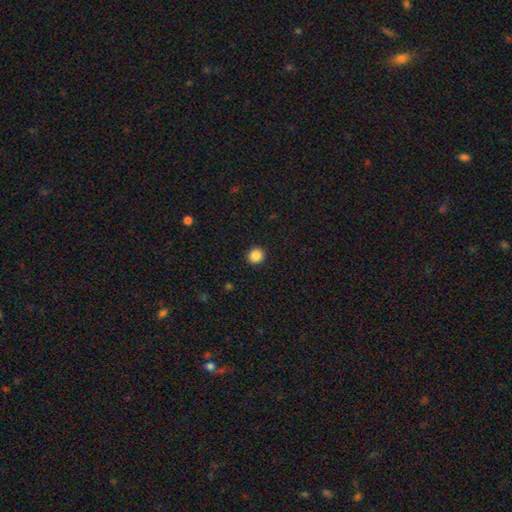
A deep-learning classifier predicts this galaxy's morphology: smooth 87%, star or artifact 10%, featured or disk 3%. Down the decision tree: how rounded — round (91%); merging — none (93%).